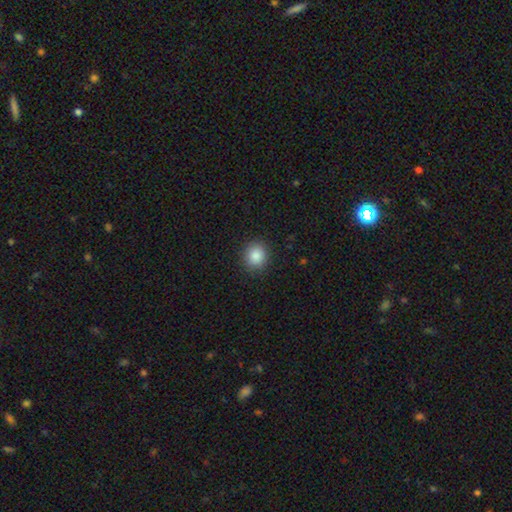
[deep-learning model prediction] Q: Smooth or featured?
A: smooth (86%); runner-up: star or artifact (10%)
Q: How rounded?
A: round (82%); runner-up: in between (17%)
Q: Merging?
A: none (90%); runner-up: minor disturbance (6%)